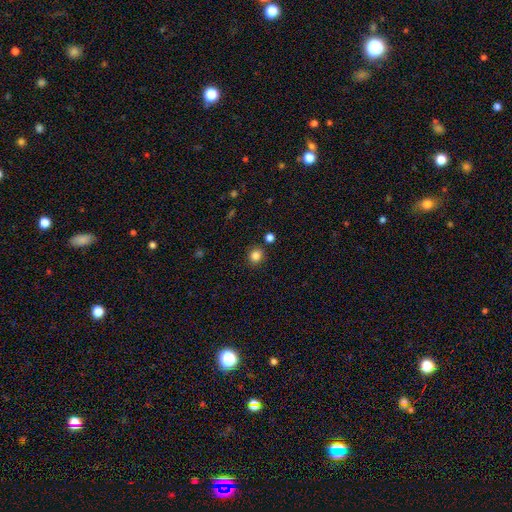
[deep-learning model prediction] Smooth or featured: smooth — 84% (star or artifact — 12%)
How rounded: round — 86% (in between — 13%)
Merging: none — 87% (minor disturbance — 7%)